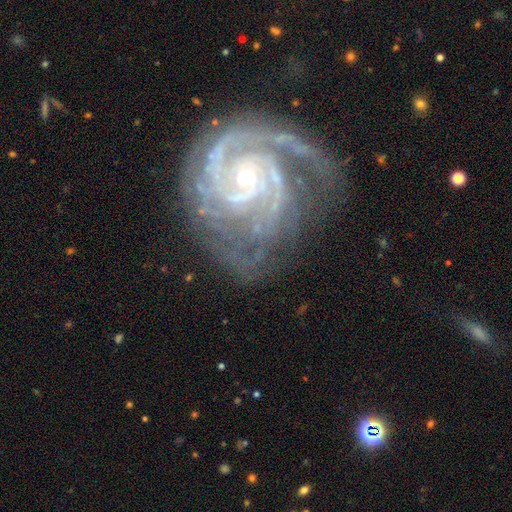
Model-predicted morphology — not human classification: Smooth or featured?
  - featured or disk: 92% *
  - star or artifact: 5%
  - smooth: 3%
Edge-on disk?
  - no: 98% *
  - yes: 2%
Bar?
  - no: 64% *
  - weak: 26%
  - strong: 10%
Spiral arms?
  - yes: 98% *
  - no: 2%
Spiral winding?
  - tight: 69% *
  - medium: 27%
  - loose: 4%
Spiral arm count?
  - 2: 39% *
  - 3: 25%
  - can't tell: 13%
  - 4: 10%
  - more than 4: 7%
  - 1: 7%
Bulge size?
  - small: 70% *
  - moderate: 26%
  - large: 1%
  - none: 1%
  - dominant: 1%
Merging?
  - none: 63% *
  - minor disturbance: 21%
  - major disturbance: 14%
  - merger: 2%